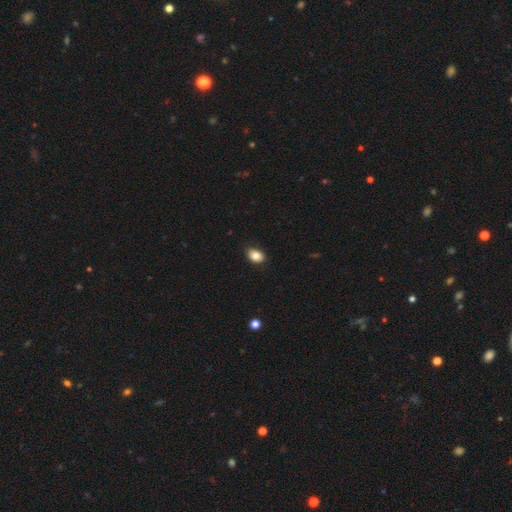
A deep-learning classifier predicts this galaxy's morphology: smooth-or-featured: smooth: 84% | star or artifact: 9% | featured or disk: 7%
  how-rounded: in between: 75% | round: 24% | cigar-shaped: 1%
  merging: none: 83% | minor disturbance: 14% | major disturbance: 2% | merger: 1%